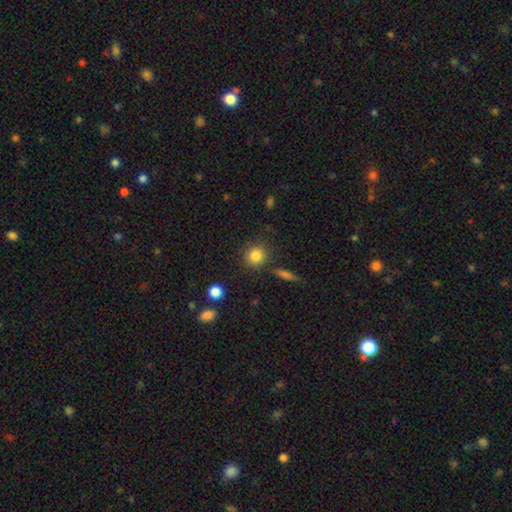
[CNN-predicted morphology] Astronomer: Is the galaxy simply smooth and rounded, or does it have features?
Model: smooth — 84%.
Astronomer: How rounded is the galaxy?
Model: round — 88%.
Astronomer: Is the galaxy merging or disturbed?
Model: none — 84%.